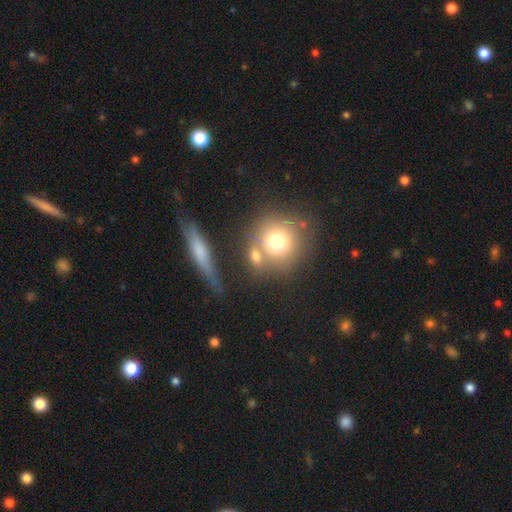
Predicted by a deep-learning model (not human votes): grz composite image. It shows a smooth galaxy with no disk features (70%) that is round (73%). Merging: none (50%).